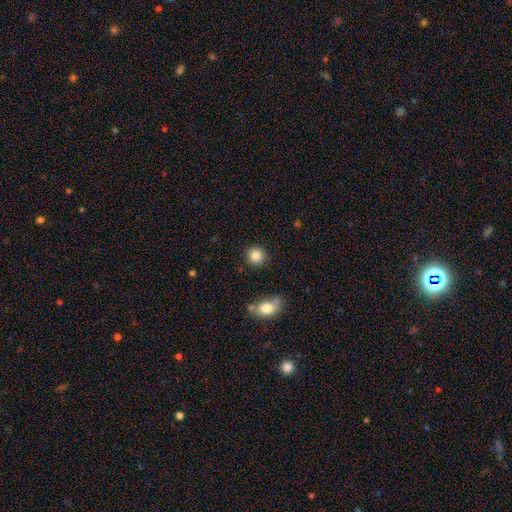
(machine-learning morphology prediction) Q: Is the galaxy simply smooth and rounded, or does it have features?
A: smooth — 87%.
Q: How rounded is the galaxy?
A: round — 91%.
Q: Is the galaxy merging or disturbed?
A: none — 88%.